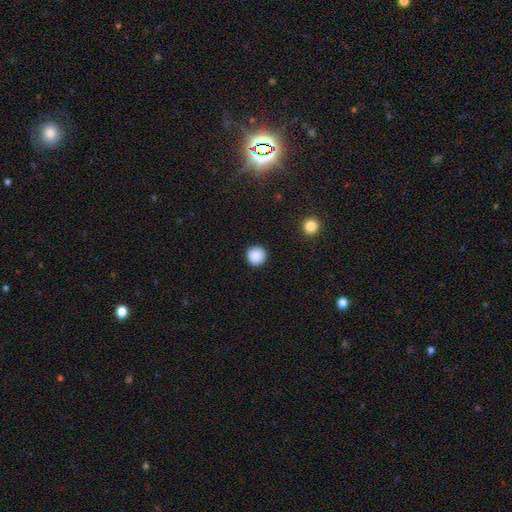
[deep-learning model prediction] smooth-or-featured: smooth: 88% | star or artifact: 9% | featured or disk: 3%
  how-rounded: round: 96% | in between: 3% | cigar-shaped: 1%
  merging: none: 93% | minor disturbance: 5% | major disturbance: 2% | merger: 1%